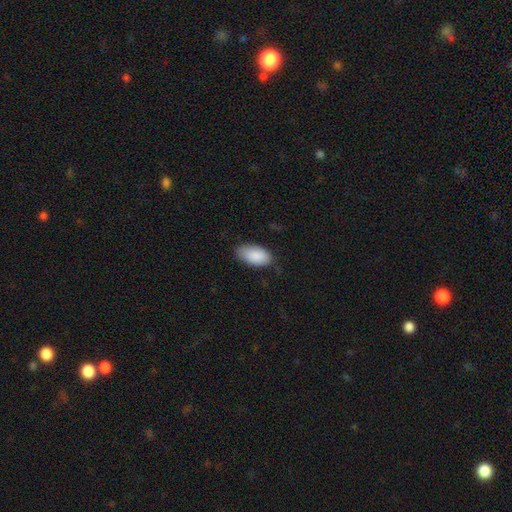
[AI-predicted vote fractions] Q: Smooth or featured?
A: smooth (89%); runner-up: star or artifact (6%)
Q: How rounded?
A: in between (95%); runner-up: round (3%)
Q: Merging?
A: none (74%); runner-up: minor disturbance (21%)